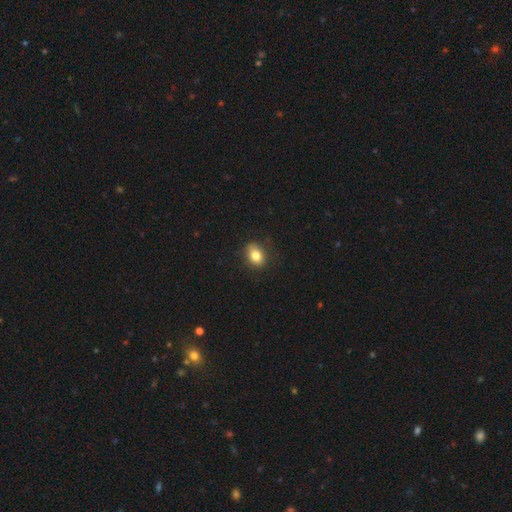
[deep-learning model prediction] smooth_or_featured: smooth (p=0.82) [alt: star or artifact p=0.09]
how_rounded: in between (p=0.67) [alt: round p=0.32]
merging: none (p=0.84) [alt: minor disturbance p=0.12]